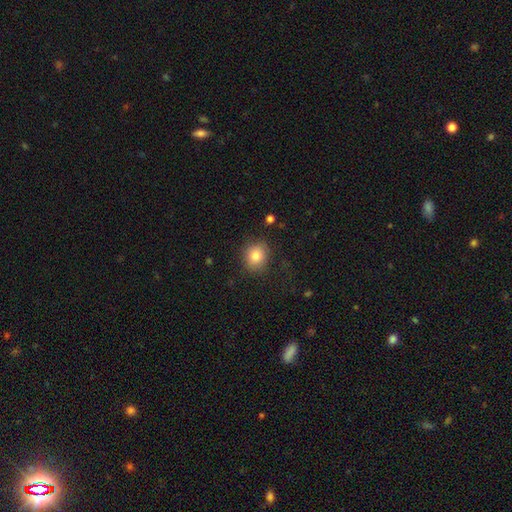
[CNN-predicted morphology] smooth 81%, star or artifact 10%, featured or disk 9%. Down the decision tree: how rounded — round (74%); merging — none (84%).